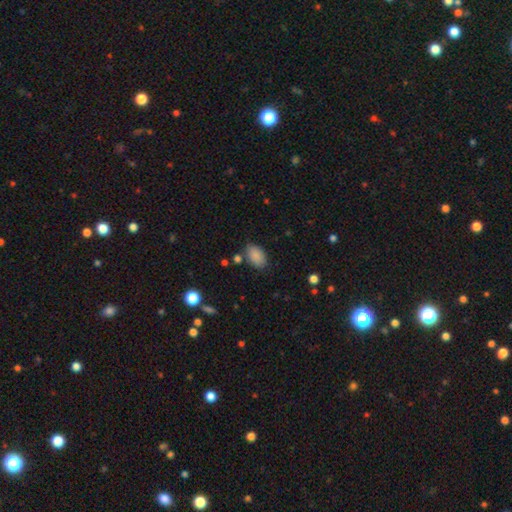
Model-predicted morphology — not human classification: Q: Smooth or featured?
A: smooth (87%); runner-up: star or artifact (8%)
Q: How rounded?
A: in between (89%); runner-up: round (10%)
Q: Merging?
A: none (76%); runner-up: minor disturbance (16%)